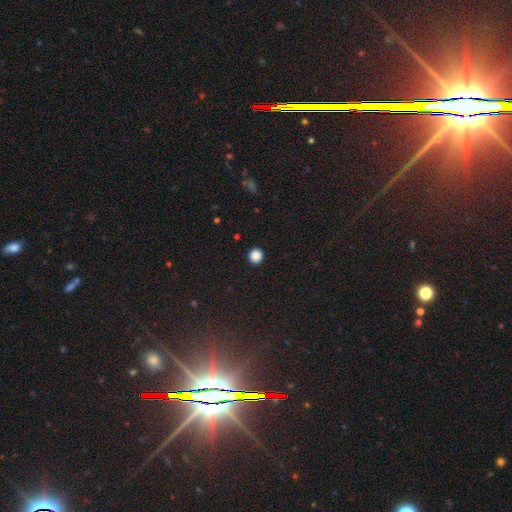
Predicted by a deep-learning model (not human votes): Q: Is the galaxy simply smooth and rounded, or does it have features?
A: smooth — 87%.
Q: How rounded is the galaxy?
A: round — 94%.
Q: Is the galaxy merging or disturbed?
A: none — 93%.